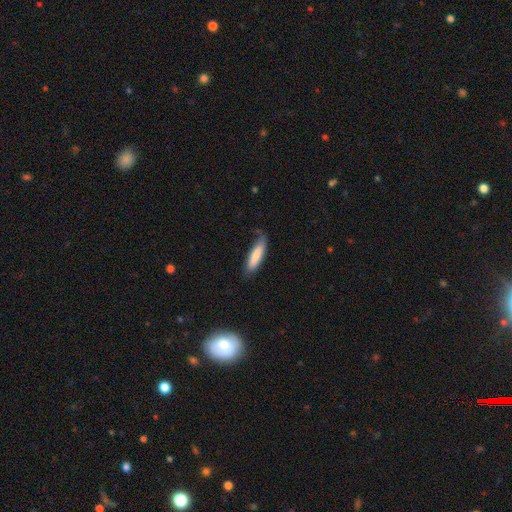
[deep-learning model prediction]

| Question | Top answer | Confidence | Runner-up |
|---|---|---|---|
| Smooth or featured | smooth | 80% | featured or disk (15%) |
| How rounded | cigar-shaped | 69% | in between (30%) |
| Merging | none | 61% | minor disturbance (29%) |